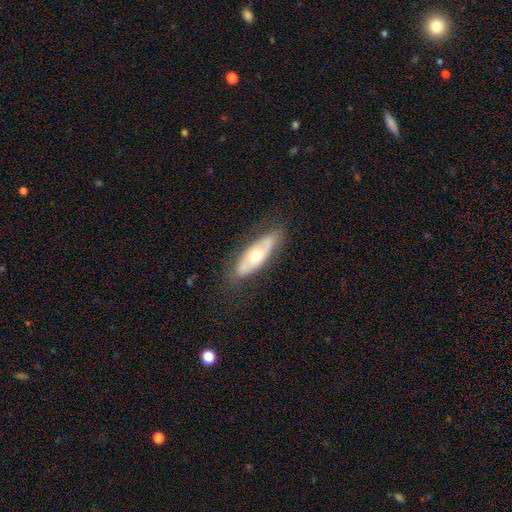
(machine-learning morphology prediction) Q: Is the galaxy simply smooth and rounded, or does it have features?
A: featured or disk — 50%.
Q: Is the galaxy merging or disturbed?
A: none — 80%.